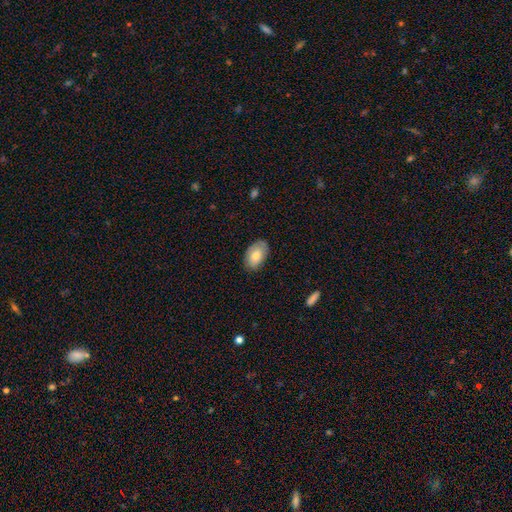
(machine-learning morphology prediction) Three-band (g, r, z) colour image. It shows a smooth galaxy with no disk features (75%) that is in between round and cigar-shaped (92%). Merging: none (81%).